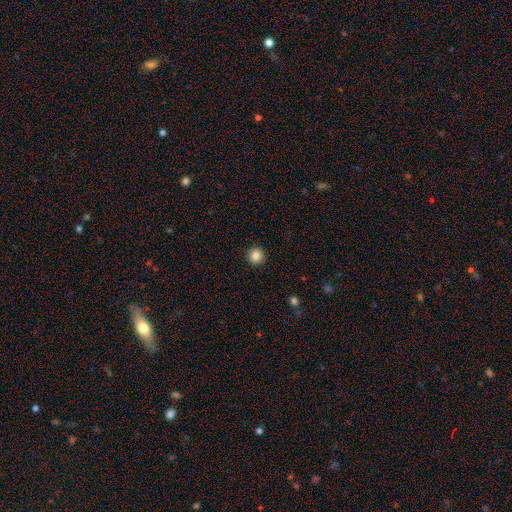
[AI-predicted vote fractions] A smooth galaxy with no disk features (85%) that is round (95%).

Vote fractions:
- Smooth or featured? smooth: 85% / star or artifact: 10% / featured or disk: 5%
- How rounded? round: 95% / in between: 4% / cigar-shaped: 1%
- Merging? none: 92% / minor disturbance: 5% / major disturbance: 2% / merger: 1%